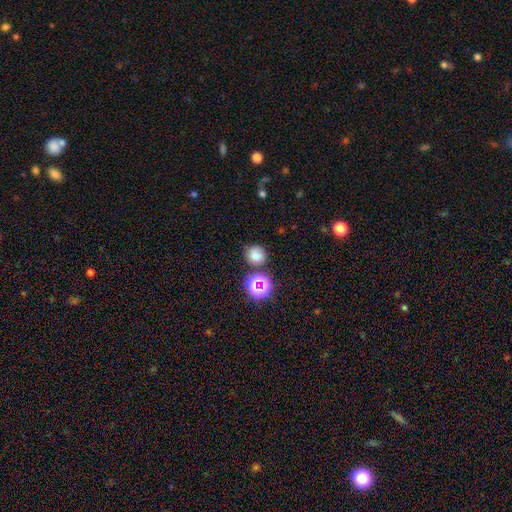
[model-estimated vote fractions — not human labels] The model was most divided on "smooth or featured": smooth: 74%, star or artifact: 19%, featured or disk: 7%. More confident: how rounded — round (87%); merging — none (74%).